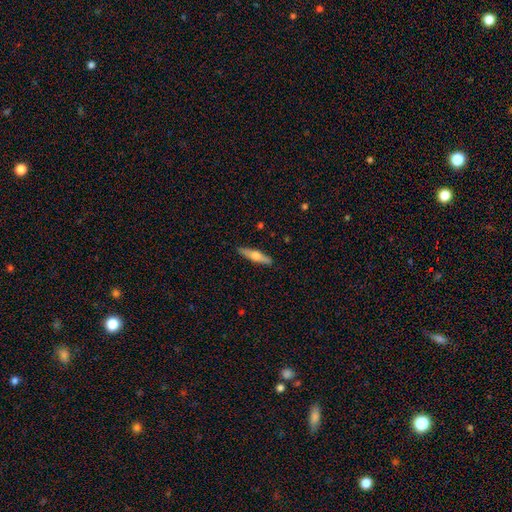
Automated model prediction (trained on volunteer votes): A smooth galaxy with no disk features (50%). Merging: none (90%).